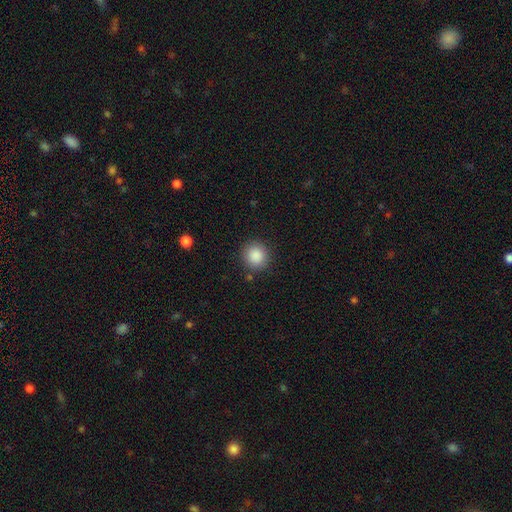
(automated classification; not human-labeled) smooth-or-featured: smooth: 88% | star or artifact: 9% | featured or disk: 4%
  how-rounded: round: 93% | in between: 7% | cigar-shaped: 1%
  merging: none: 88% | minor disturbance: 7% | major disturbance: 3% | merger: 2%